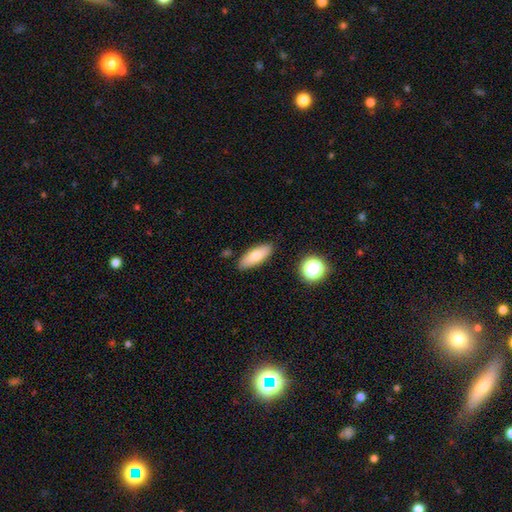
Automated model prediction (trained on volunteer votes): A smooth galaxy with no disk features (76%) that is in between round and cigar-shaped (68%).

Vote fractions:
- Smooth or featured? smooth: 76% / featured or disk: 16% / star or artifact: 7%
- How rounded? in between: 68% / cigar-shaped: 29% / round: 3%
- Merging? none: 86% / minor disturbance: 9% / merger: 2% / major disturbance: 2%